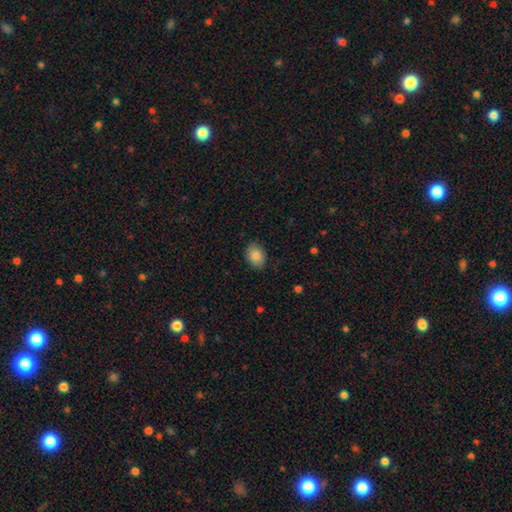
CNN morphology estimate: A smooth galaxy with no disk features (86%) that is in between round and cigar-shaped (72%). Merging: none (84%).